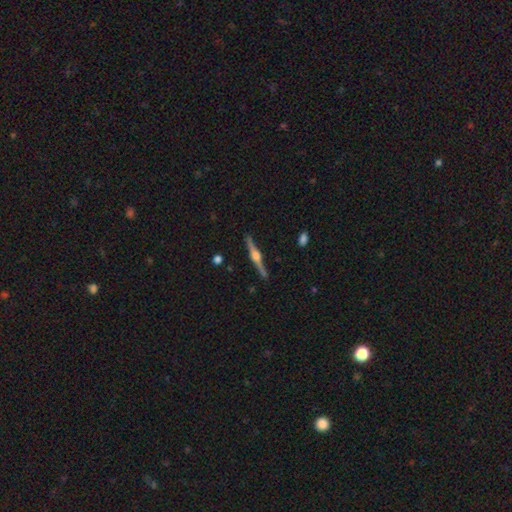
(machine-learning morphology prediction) Smooth or featured?
  - featured or disk: 82% *
  - smooth: 12%
  - star or artifact: 6%
Edge-on disk?
  - yes: 98% *
  - no: 2%
Edge-on bulge?
  - rounded: 91% *
  - boxy: 7%
  - none: 2%
Merging?
  - none: 90% *
  - minor disturbance: 7%
  - major disturbance: 2%
  - merger: 1%